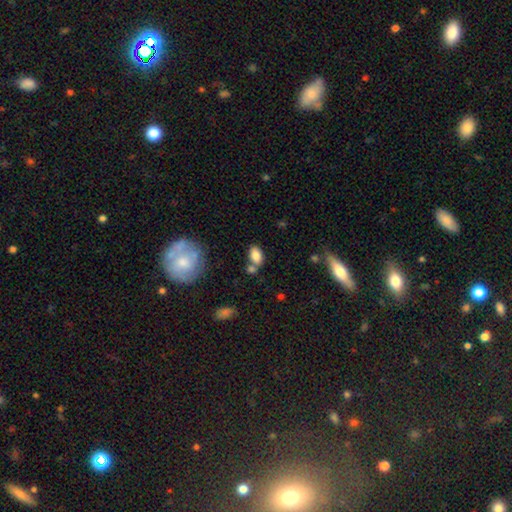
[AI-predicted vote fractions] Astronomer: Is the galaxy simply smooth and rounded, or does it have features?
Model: smooth — 83%.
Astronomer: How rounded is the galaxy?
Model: in between — 89%.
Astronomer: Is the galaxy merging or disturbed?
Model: none — 58%.